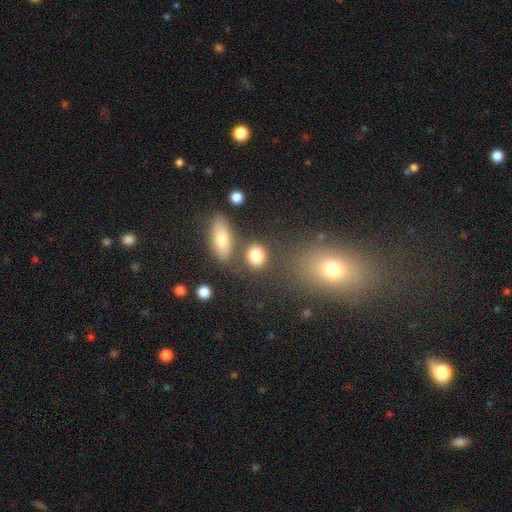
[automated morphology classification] Smooth or featured? smooth (83%)
How rounded? round (49%)
Merging? none (72%)